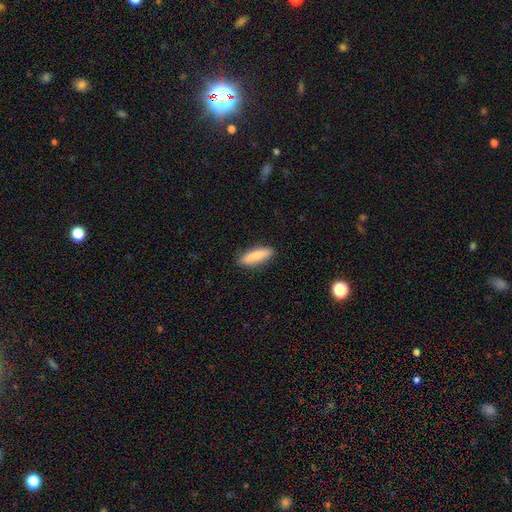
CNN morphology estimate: A smooth galaxy with no disk features (84%) that is cigar-shaped (57%). Merging: none (86%).